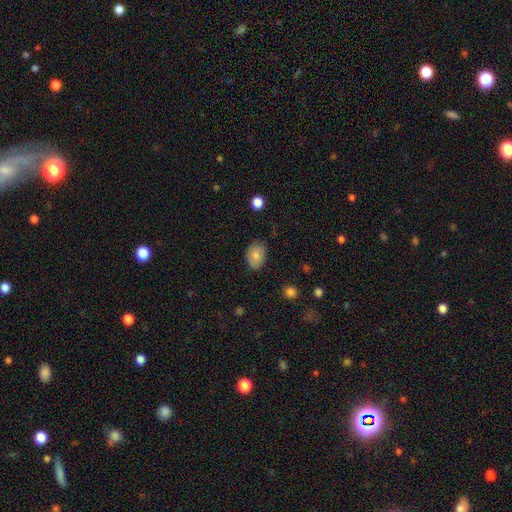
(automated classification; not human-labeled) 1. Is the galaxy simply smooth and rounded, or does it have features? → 82% smooth, 10% featured or disk, 8% star or artifact.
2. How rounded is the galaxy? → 75% in between, 24% round, 1% cigar-shaped.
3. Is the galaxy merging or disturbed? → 75% none, 20% minor disturbance, 4% major disturbance, 2% merger.